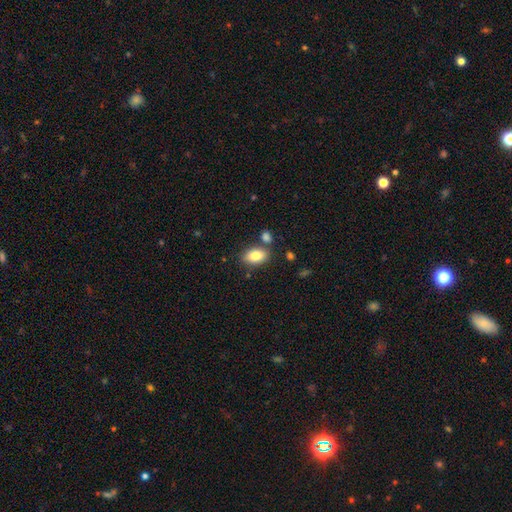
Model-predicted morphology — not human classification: A smooth galaxy with no disk features (82%) that is in between round and cigar-shaped (91%).

Vote fractions:
- Smooth or featured? smooth: 82% / featured or disk: 10% / star or artifact: 7%
- How rounded? in between: 91% / round: 7% / cigar-shaped: 2%
- Merging? none: 74% / merger: 11% / minor disturbance: 11% / major disturbance: 3%